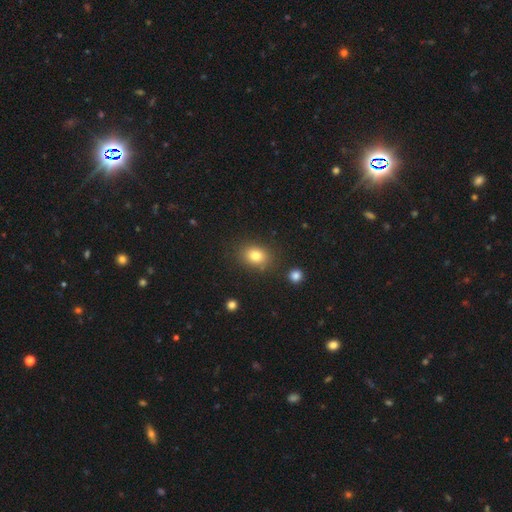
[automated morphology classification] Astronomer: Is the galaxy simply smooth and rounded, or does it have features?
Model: smooth — 81%.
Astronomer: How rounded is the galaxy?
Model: in between — 60% (runner-up: round, 39%).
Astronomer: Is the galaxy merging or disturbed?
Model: none — 82%.